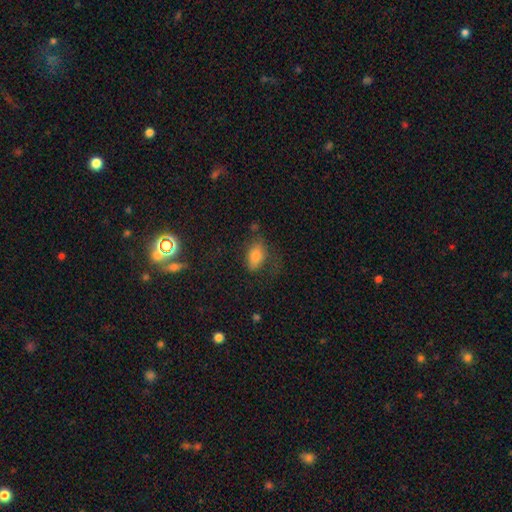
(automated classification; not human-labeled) Q: Smooth or featured?
A: smooth (75%); runner-up: featured or disk (13%)
Q: How rounded?
A: in between (88%); runner-up: round (8%)
Q: Merging?
A: none (59%); runner-up: minor disturbance (24%)